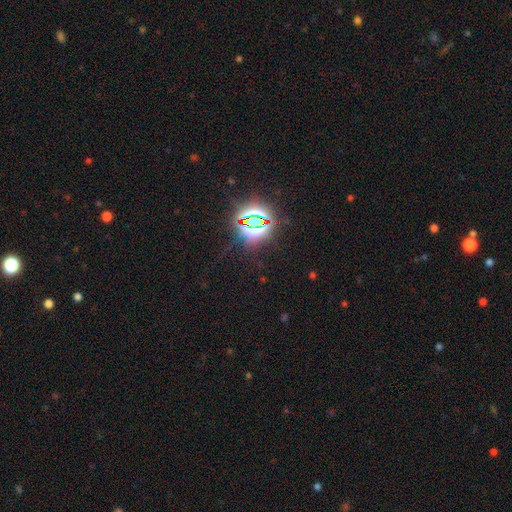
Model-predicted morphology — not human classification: Q: Smooth or featured?
A: star or artifact (84%); runner-up: smooth (10%)